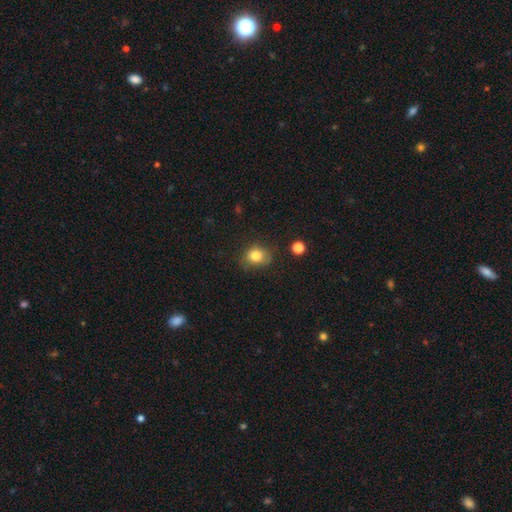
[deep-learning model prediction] A smooth galaxy with no disk features (81%) that is round (60%). Merging: none (72%).